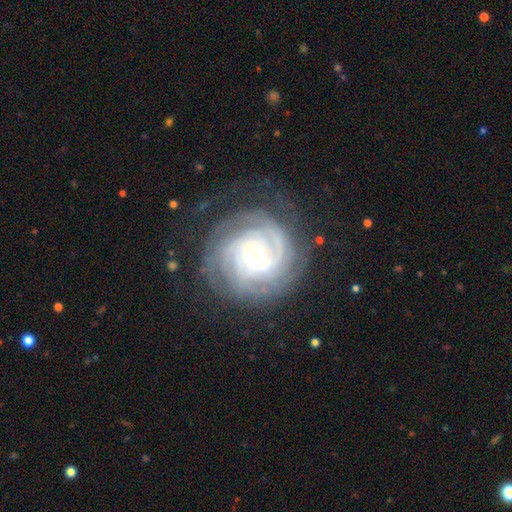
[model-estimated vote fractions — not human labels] Smooth or featured? Predicted: featured or disk (p=0.89). Edge-on disk? Predicted: no (p=0.97). Bar? Predicted: weak (p=0.50). Spiral arms? Predicted: yes (p=0.98). Spiral winding? Predicted: tight (p=0.76). Spiral arm count? Predicted: can't tell (p=0.26). Bulge size? Predicted: moderate (p=0.62). Merging? Predicted: none (p=0.76).